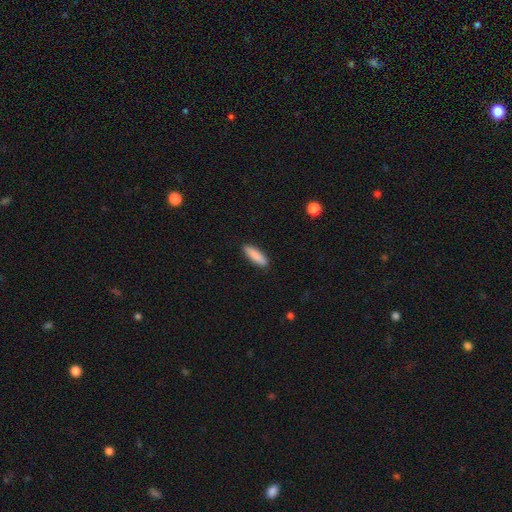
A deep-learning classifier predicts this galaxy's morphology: Smooth or featured? Predicted: smooth (p=0.89). How rounded? Predicted: cigar-shaped (p=0.57). Merging? Predicted: none (p=0.89).